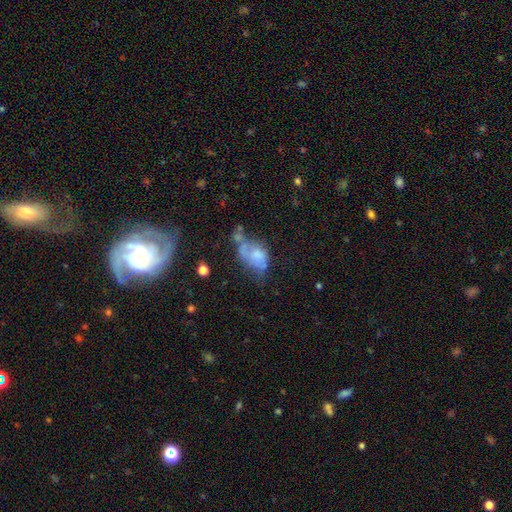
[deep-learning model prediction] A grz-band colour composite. It shows a smooth galaxy with no disk features (51%) that is in between round and cigar-shaped (80%). Merging: major disturbance (29%).